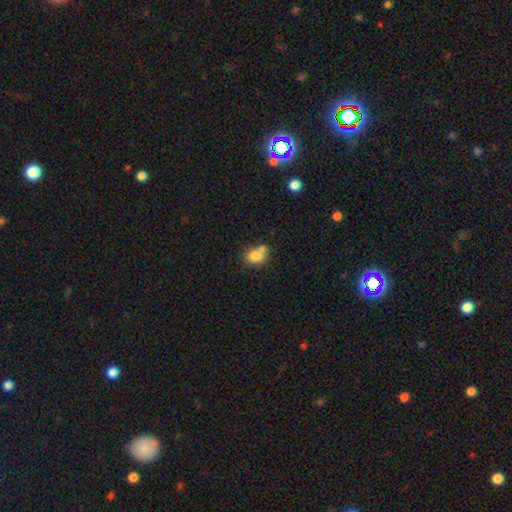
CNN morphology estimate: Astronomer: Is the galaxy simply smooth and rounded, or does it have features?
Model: smooth — 80%.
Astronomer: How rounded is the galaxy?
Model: round — 55% (runner-up: in between, 44%).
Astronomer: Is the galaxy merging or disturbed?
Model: none — 48% (runner-up: merger, 35%).